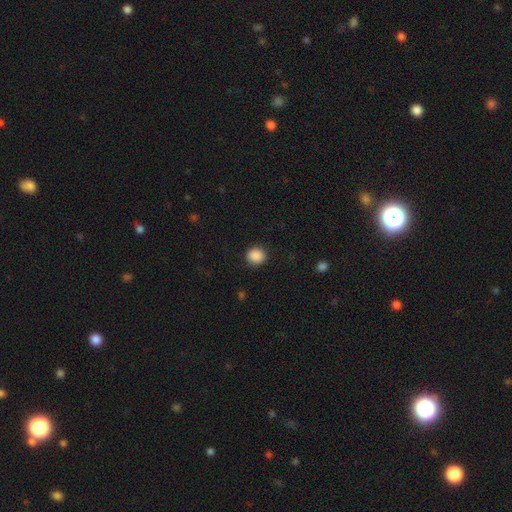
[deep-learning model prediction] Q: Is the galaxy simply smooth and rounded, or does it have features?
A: smooth — 89%.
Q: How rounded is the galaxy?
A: round — 87%.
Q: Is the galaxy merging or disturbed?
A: none — 90%.